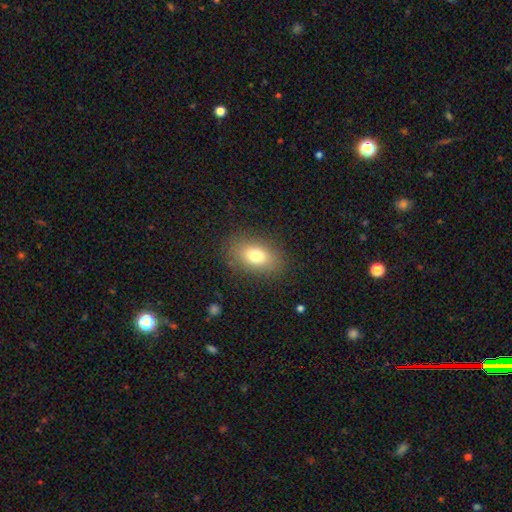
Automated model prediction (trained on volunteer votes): This is likely a smooth galaxy (77%). How rounded: clearly in between (84%). Merging: clearly none (85%).